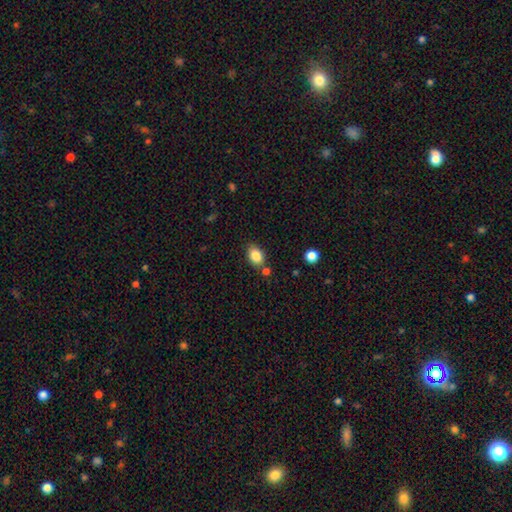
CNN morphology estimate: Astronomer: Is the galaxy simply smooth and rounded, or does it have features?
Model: smooth — 85%.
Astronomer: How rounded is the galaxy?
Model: in between — 75%.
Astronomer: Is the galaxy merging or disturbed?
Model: none — 73%.